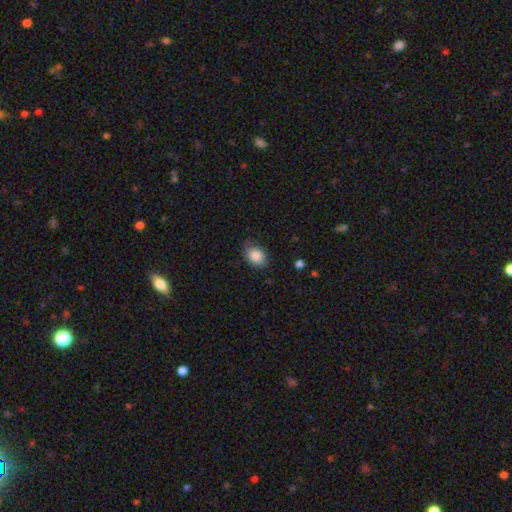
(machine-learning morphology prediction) This appears to be a smooth galaxy with no disk features (85%) that is in between round and cigar-shaped (75%). Merging: none (76%).